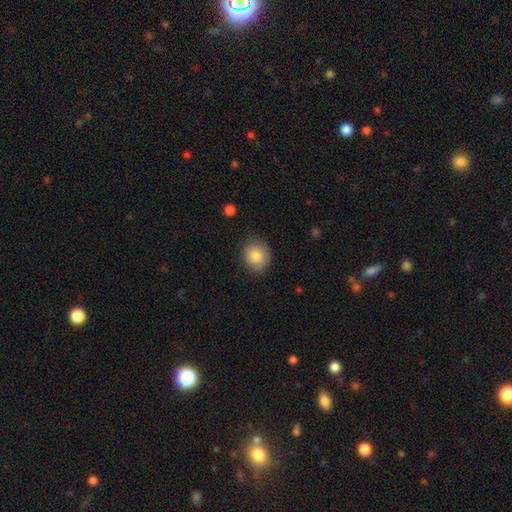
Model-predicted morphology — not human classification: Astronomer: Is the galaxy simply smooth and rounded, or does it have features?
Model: smooth — 83%.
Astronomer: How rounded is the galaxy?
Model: round — 68%.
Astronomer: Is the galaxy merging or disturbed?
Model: none — 79%.